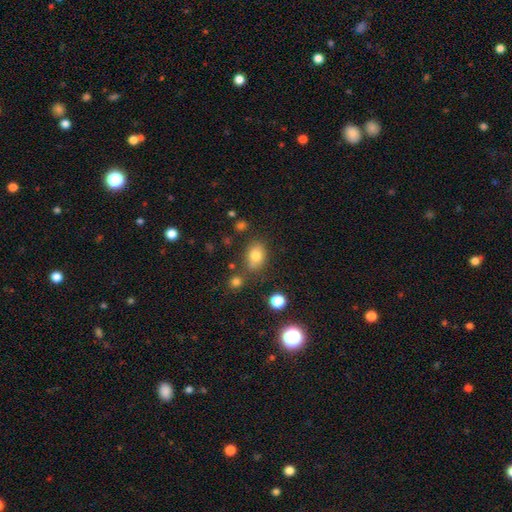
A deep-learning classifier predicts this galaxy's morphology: Q: Smooth or featured?
A: smooth (78%); runner-up: star or artifact (12%)
Q: How rounded?
A: in between (70%); runner-up: round (29%)
Q: Merging?
A: none (71%); runner-up: minor disturbance (16%)